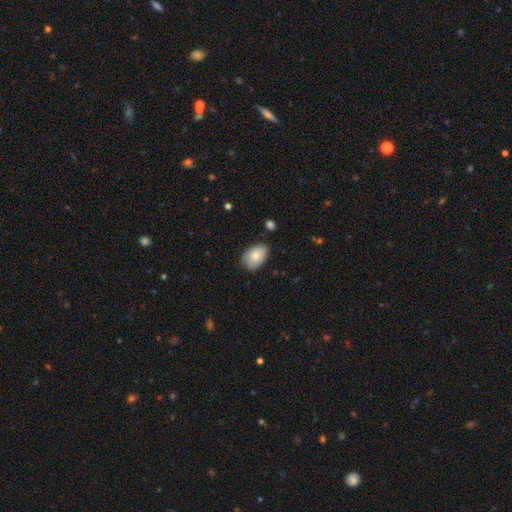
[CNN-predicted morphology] smooth-or-featured: smooth: 81% | featured or disk: 13% | star or artifact: 7%
  how-rounded: in between: 86% | round: 13% | cigar-shaped: 1%
  merging: none: 73% | minor disturbance: 22% | major disturbance: 4% | merger: 2%